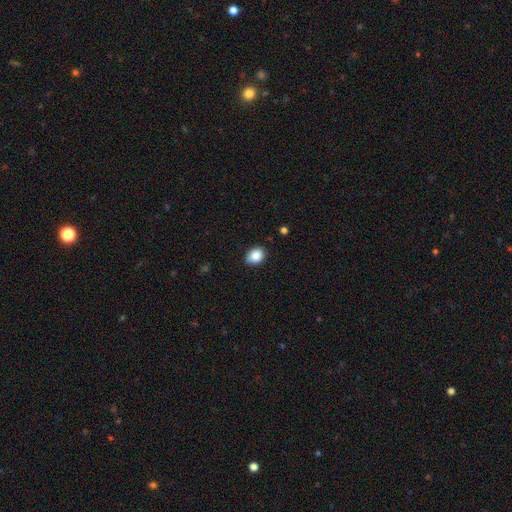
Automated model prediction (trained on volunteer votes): This appears to be a smooth galaxy with no disk features (87%) that is in between round and cigar-shaped (66%). Merging: none (86%).